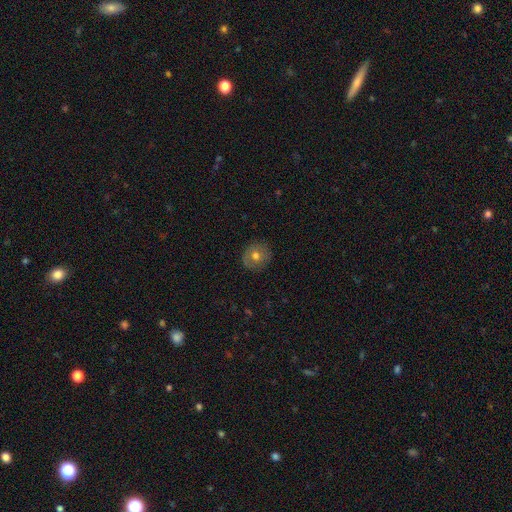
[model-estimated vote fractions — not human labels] Morphology: type=smooth (63%); roundness=round (90%); merging=none (86%).